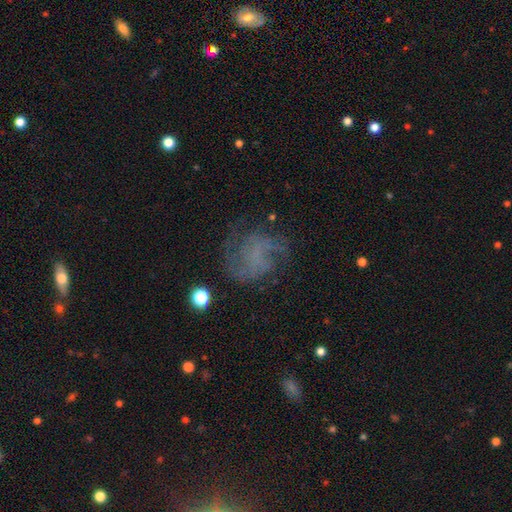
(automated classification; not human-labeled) smooth_or_featured: featured or disk (p=0.66) [alt: smooth p=0.19]
disk_edge_on: no (p=0.98) [alt: yes p=0.02]
bar: no (p=0.69) [alt: weak p=0.25]
has_spiral_arms: yes (p=0.83) [alt: no p=0.17]
spiral_winding: medium (p=0.42) [alt: loose p=0.32]
spiral_arm_count: 2 (p=0.46) [alt: can't tell p=0.24]
bulge_size: none (p=0.75) [alt: small p=0.13]
merging: none (p=0.64) [alt: minor disturbance p=0.18]